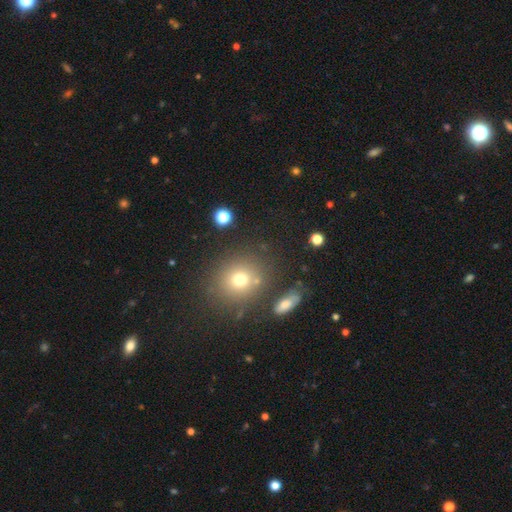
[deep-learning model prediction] Overall: smooth (58%; star or artifact 29%). How rounded: round (81%). Merging: none (78%).